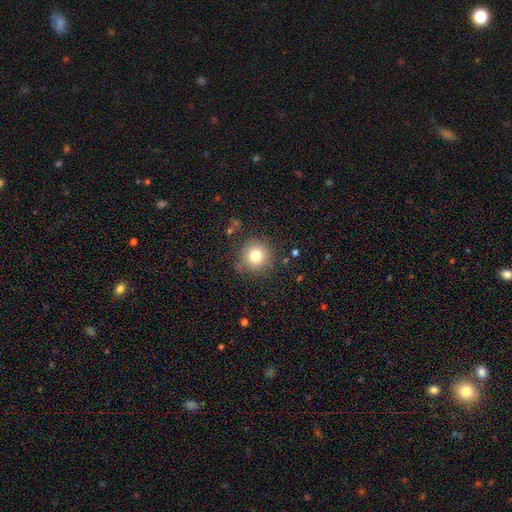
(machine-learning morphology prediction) Q: Smooth or featured?
A: smooth (79%); runner-up: star or artifact (12%)
Q: How rounded?
A: round (94%); runner-up: in between (5%)
Q: Merging?
A: none (85%); runner-up: minor disturbance (10%)